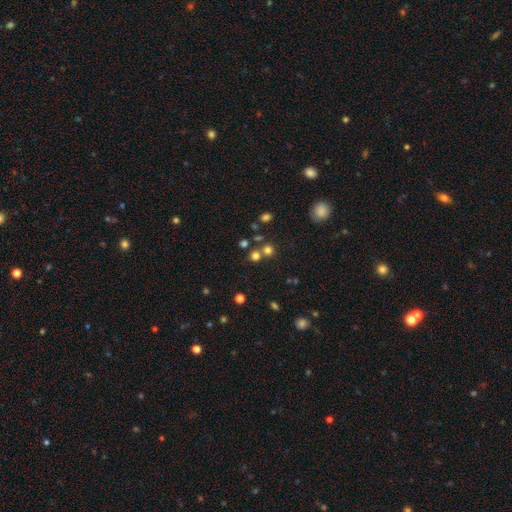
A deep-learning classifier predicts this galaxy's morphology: smooth_or_featured: smooth (p=0.67) [alt: star or artifact p=0.25]
how_rounded: round (p=0.89) [alt: in between p=0.10]
merging: none (p=0.67) [alt: merger p=0.23]